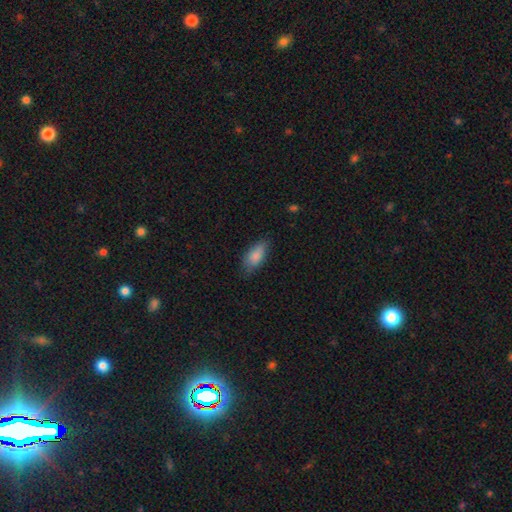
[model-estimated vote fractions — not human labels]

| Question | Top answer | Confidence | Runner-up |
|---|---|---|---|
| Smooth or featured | smooth | 86% | featured or disk (7%) |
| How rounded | in between | 87% | cigar-shaped (10%) |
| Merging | none | 73% | minor disturbance (22%) |